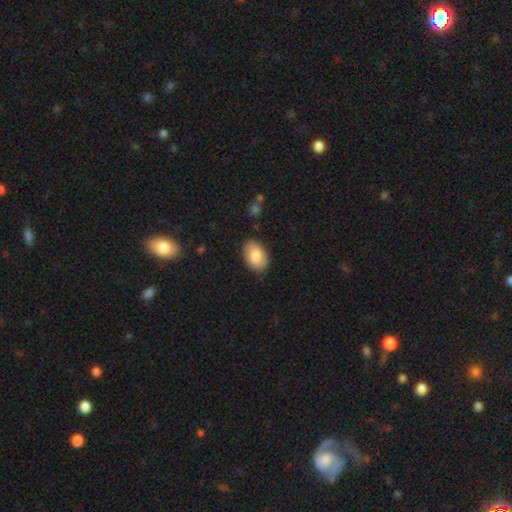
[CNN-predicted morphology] Overall: smooth (80%). How rounded: in between (89%). Merging: none (85%).